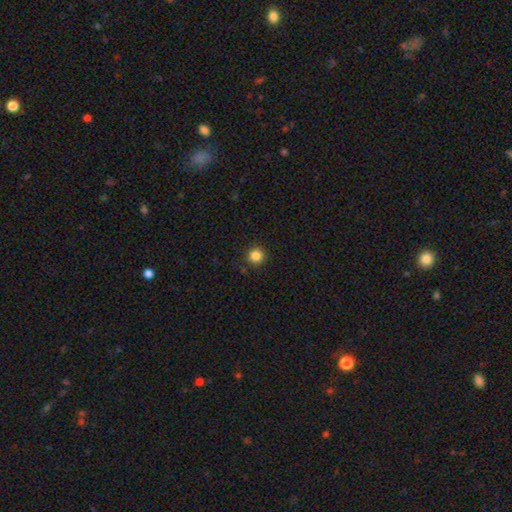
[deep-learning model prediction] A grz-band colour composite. It shows a smooth galaxy with no disk features (84%) that is round (95%). Merging: none (90%).